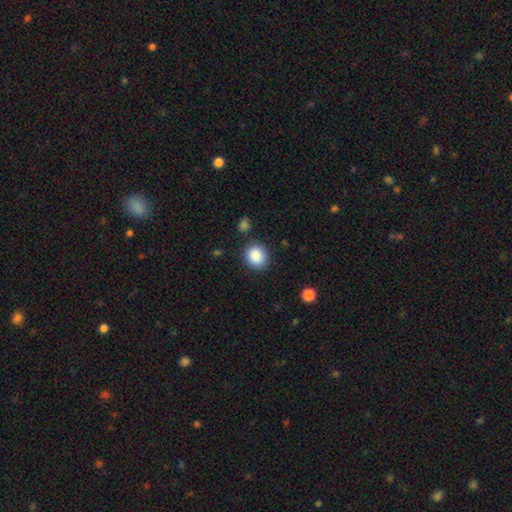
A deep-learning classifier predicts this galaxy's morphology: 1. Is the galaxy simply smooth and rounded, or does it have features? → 88% smooth, 8% star or artifact, 4% featured or disk.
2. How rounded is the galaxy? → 74% round, 25% in between, 1% cigar-shaped.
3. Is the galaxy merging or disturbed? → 85% none, 9% minor disturbance, 3% merger, 3% major disturbance.